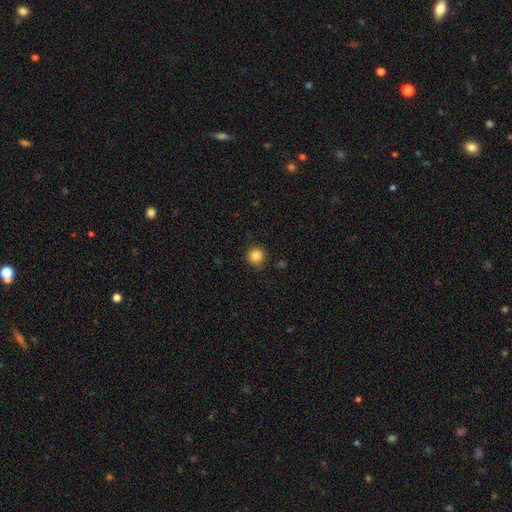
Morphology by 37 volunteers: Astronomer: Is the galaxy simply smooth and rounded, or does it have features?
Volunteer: smooth — 89%.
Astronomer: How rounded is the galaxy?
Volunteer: round — 97%.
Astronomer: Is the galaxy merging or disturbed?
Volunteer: none — 83%.